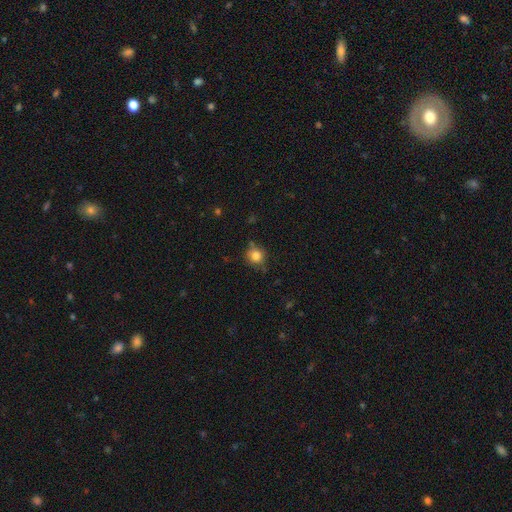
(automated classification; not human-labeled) Smooth or featured? Predicted: smooth (p=0.82). How rounded? Predicted: round (p=0.89). Merging? Predicted: none (p=0.75).